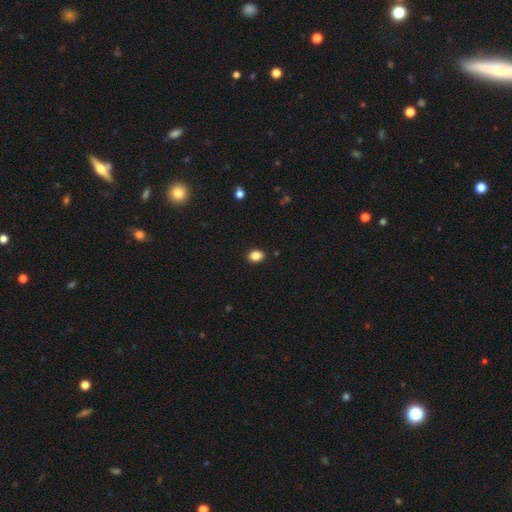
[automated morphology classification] This is clearly a smooth galaxy (86%). How rounded: likely in between (64%). Merging: clearly none (90%).